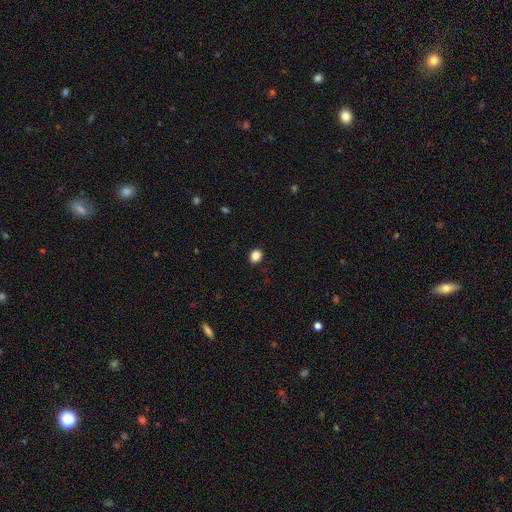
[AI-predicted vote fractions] smooth_or_featured: smooth (p=0.86) [alt: star or artifact p=0.11]
how_rounded: round (p=0.71) [alt: in between p=0.28]
merging: none (p=0.92) [alt: minor disturbance p=0.05]